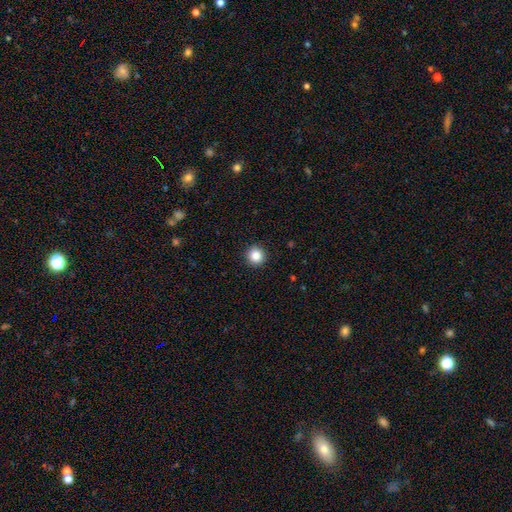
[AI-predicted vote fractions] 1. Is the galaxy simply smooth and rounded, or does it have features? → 86% smooth, 10% star or artifact, 4% featured or disk.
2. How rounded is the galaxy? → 94% round, 5% in between, 1% cigar-shaped.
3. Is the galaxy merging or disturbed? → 93% none, 5% minor disturbance, 2% major disturbance, 1% merger.